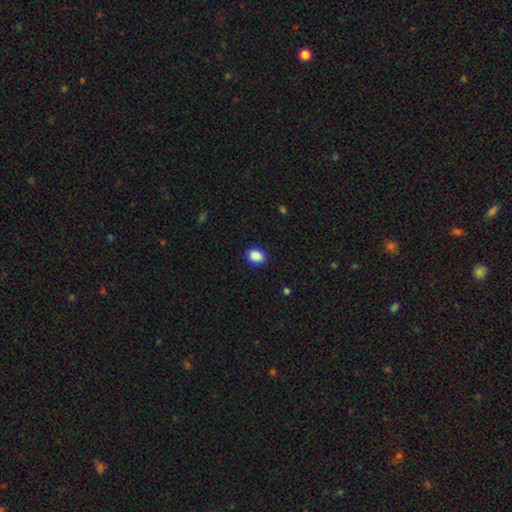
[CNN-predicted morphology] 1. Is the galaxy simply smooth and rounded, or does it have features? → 89% smooth, 8% star or artifact, 3% featured or disk.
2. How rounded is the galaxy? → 60% in between, 39% round, 1% cigar-shaped.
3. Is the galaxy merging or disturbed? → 89% none, 8% minor disturbance, 2% major disturbance, 1% merger.